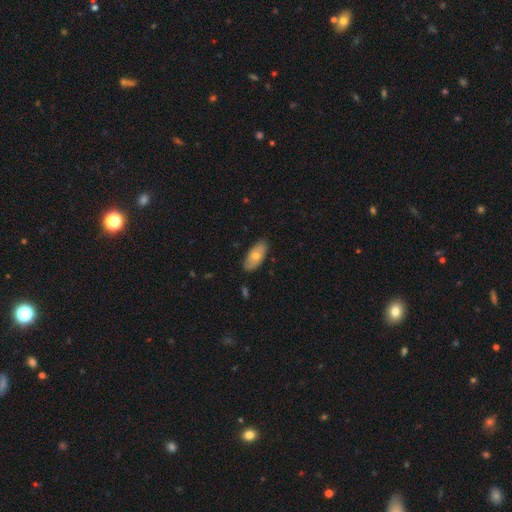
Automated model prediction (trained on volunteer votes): This is likely a smooth galaxy (62%). How rounded: clearly in between (91%). Merging: clearly none (82%).